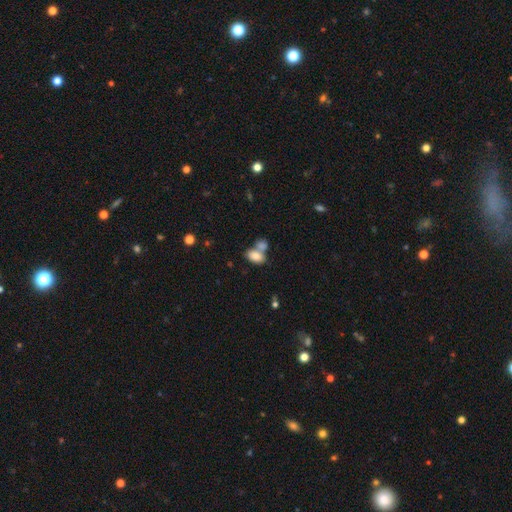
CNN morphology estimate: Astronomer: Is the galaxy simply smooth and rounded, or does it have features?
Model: smooth — 82%.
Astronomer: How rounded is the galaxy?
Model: in between — 90%.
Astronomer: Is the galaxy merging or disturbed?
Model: merger — 48% (runner-up: none, 37%).